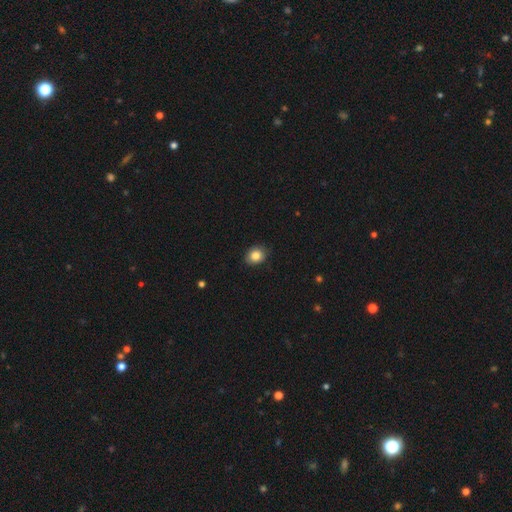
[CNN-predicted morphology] This is clearly a smooth galaxy (84%). How rounded: possibly round (55%). Merging: clearly none (84%).